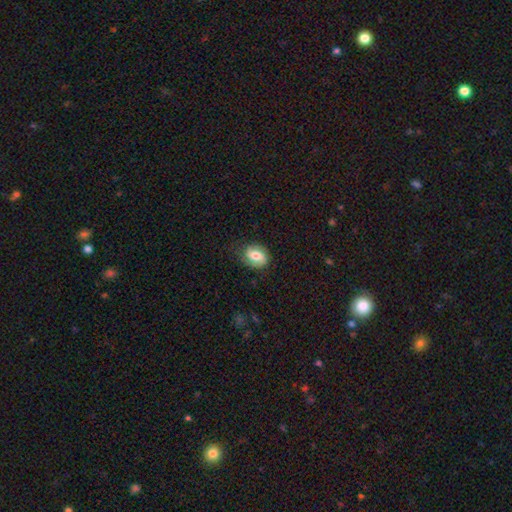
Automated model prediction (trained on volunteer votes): Smooth or featured?
  - smooth: 59% *
  - featured or disk: 33%
  - star or artifact: 8%
How rounded?
  - in between: 64% *
  - round: 34%
  - cigar-shaped: 1%
Merging?
  - none: 73% *
  - minor disturbance: 20%
  - major disturbance: 6%
  - merger: 1%